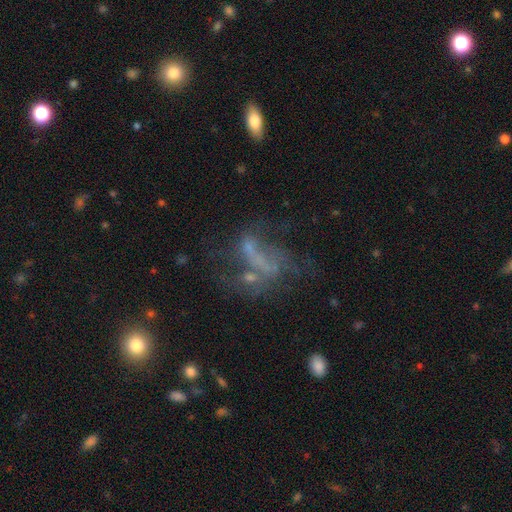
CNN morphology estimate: A featured or disk galaxy (49%). Merging: major disturbance (36%).